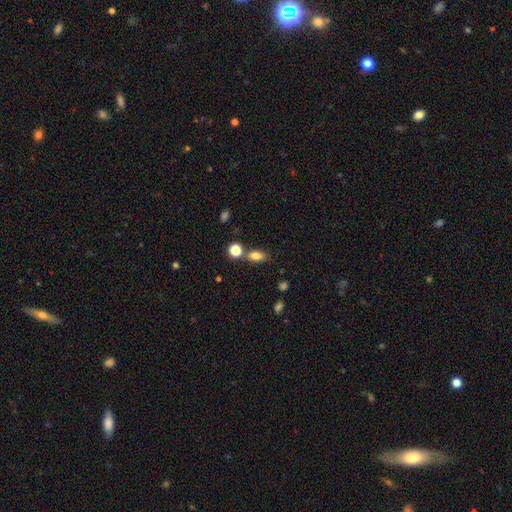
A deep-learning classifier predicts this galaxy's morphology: type=smooth (81%); roundness=in between (80%); merging=none (67%).